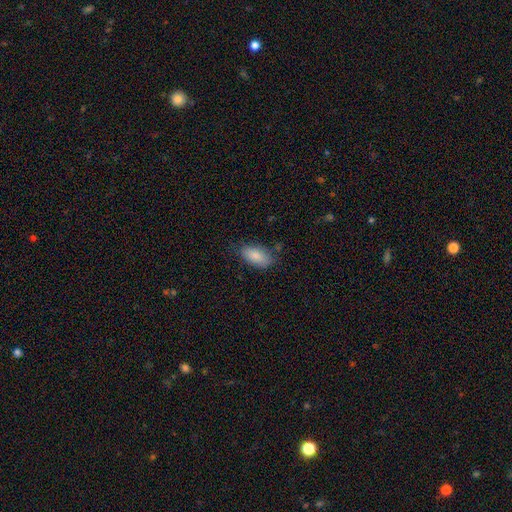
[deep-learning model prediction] smooth 86%, featured or disk 8%, star or artifact 7%. Down the decision tree: how rounded — in between (91%); merging — none (73%).